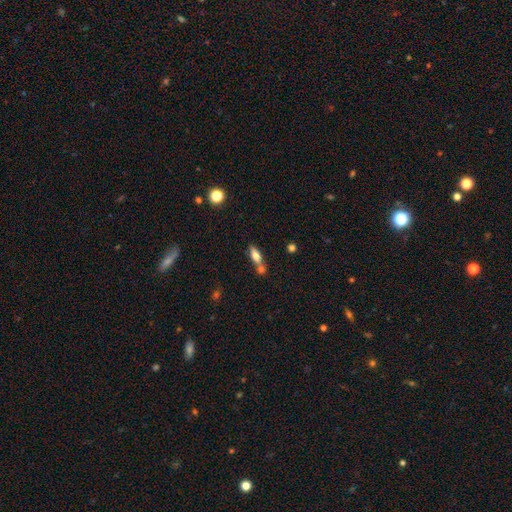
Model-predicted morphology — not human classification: Q: Smooth or featured?
A: smooth (63%); runner-up: featured or disk (29%)
Q: How rounded?
A: in between (59%); runner-up: cigar-shaped (37%)
Q: Merging?
A: none (50%); runner-up: merger (34%)